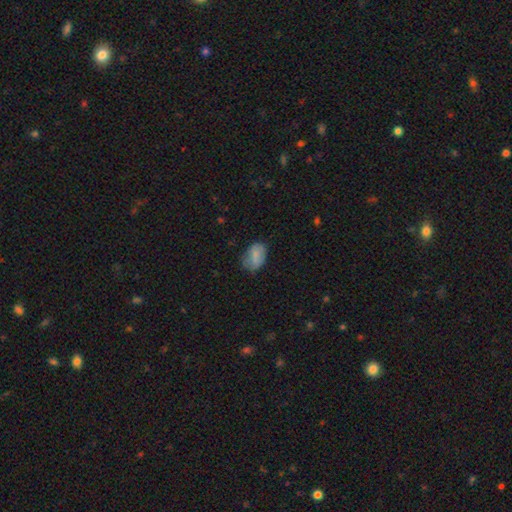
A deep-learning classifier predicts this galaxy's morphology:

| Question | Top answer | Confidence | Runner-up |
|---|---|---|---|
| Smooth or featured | smooth | 75% | featured or disk (17%) |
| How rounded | in between | 84% | round (15%) |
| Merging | none | 59% | minor disturbance (30%) |